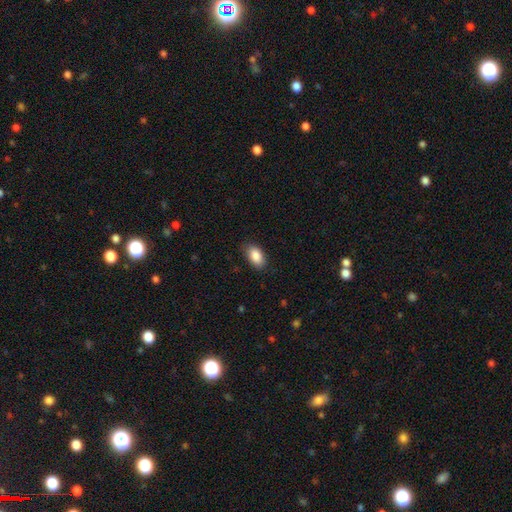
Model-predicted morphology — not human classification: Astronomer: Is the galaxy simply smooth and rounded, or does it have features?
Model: smooth — 88%.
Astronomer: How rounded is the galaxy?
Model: in between — 93%.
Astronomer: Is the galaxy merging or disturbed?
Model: none — 84%.